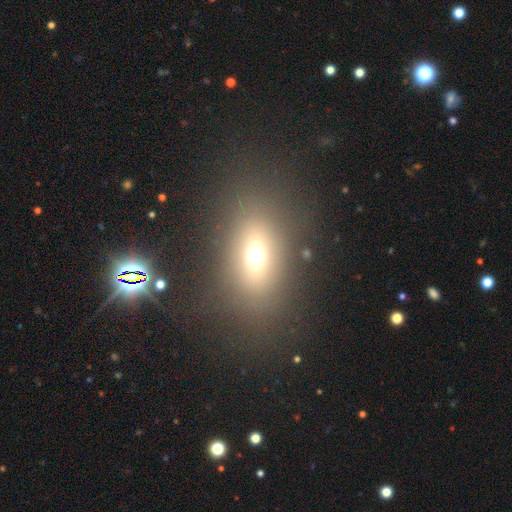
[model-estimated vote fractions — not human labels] Smooth or featured? Predicted: smooth (p=0.64). How rounded? Predicted: in between (p=0.76). Merging? Predicted: none (p=0.79).